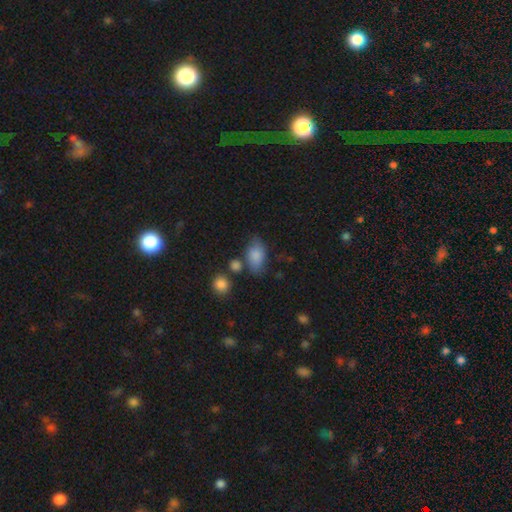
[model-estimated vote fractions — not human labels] A smooth galaxy with no disk features (82%) that is in between round and cigar-shaped (87%).

Vote fractions:
- Smooth or featured? smooth: 82% / featured or disk: 10% / star or artifact: 8%
- How rounded? in between: 87% / round: 11% / cigar-shaped: 2%
- Merging? none: 58% / minor disturbance: 24% / merger: 10% / major disturbance: 8%